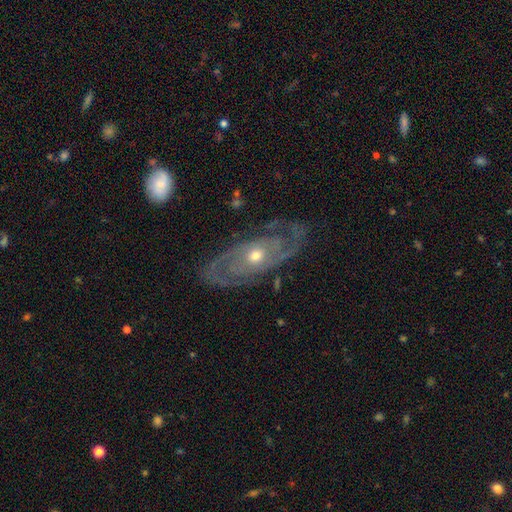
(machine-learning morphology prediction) This is clearly a featured or disk galaxy (88%). It is clearly not viewed edge-on (93%). Bar: clearly no (80%). Spiral arm pattern: clearly yes (92%). Spiral arm count: likely 2 (73%). Spiral winding: possibly tight (59%). Central bulge: possibly moderate (56%). Merging: likely none (79%).